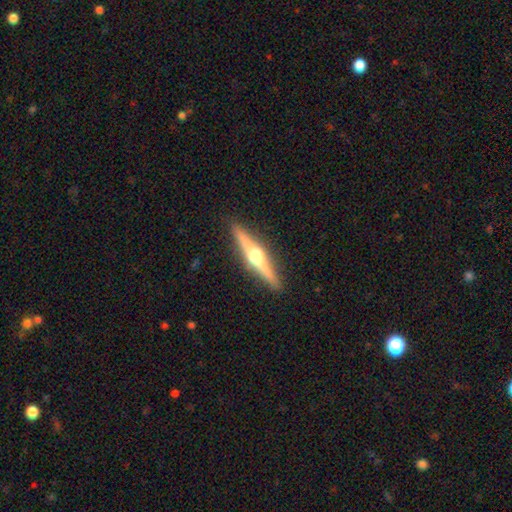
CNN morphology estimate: A featured or disk galaxy (77%) viewed edge-on (98%) with a rounded central bulge (96%).

Vote fractions:
- Smooth or featured? featured or disk: 77% / smooth: 18% / star or artifact: 5%
- Edge-on disk? yes: 98% / no: 2%
- Edge-on bulge? rounded: 96% / boxy: 2% / none: 2%
- Merging? none: 92% / minor disturbance: 6% / major disturbance: 1% / merger: 1%